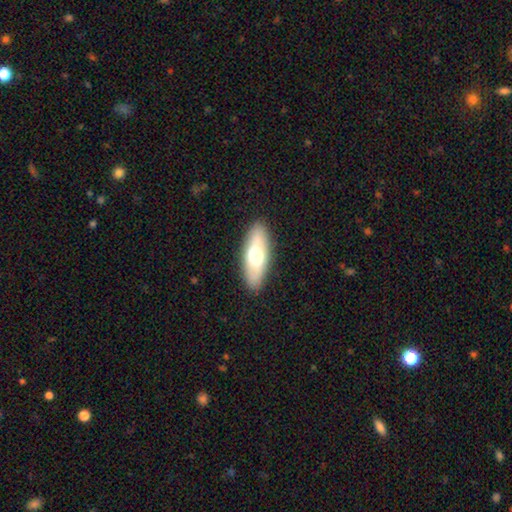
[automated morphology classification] smooth_or_featured: smooth (p=0.62) [alt: featured or disk p=0.32]
how_rounded: in between (p=0.70) [alt: cigar-shaped p=0.27]
merging: none (p=0.87) [alt: minor disturbance p=0.09]